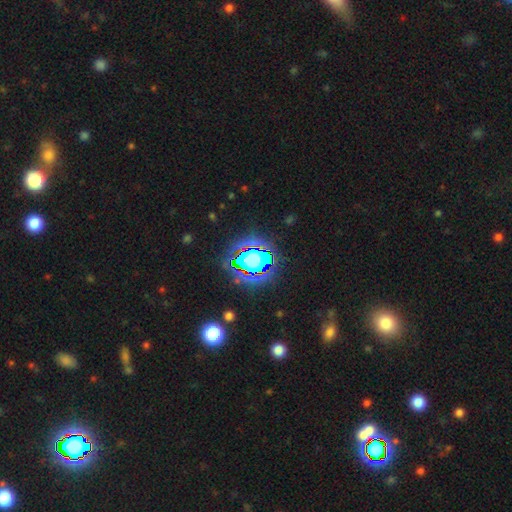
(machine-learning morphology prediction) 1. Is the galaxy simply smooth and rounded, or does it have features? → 79% star or artifact, 13% smooth, 8% featured or disk.